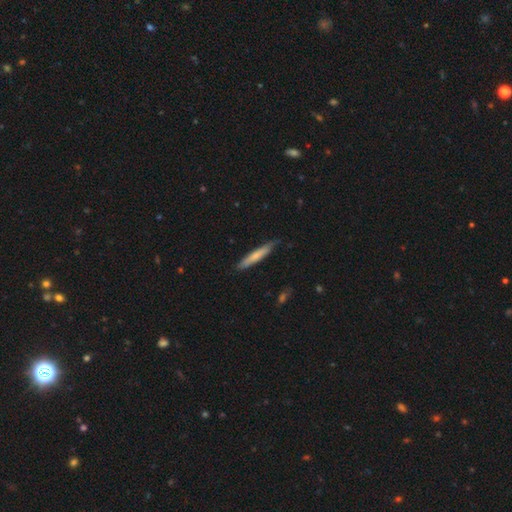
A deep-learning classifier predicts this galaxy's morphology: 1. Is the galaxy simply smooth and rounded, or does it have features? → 66% smooth, 28% featured or disk, 5% star or artifact.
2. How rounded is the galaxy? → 93% cigar-shaped, 5% in between, 1% round.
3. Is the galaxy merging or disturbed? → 79% none, 18% minor disturbance, 2% major disturbance, 1% merger.